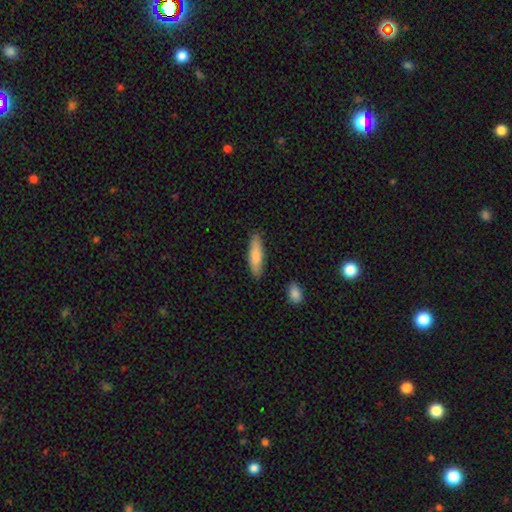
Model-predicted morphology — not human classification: This appears to be a smooth galaxy with no disk features (81%) that is cigar-shaped (61%). Merging: none (85%).